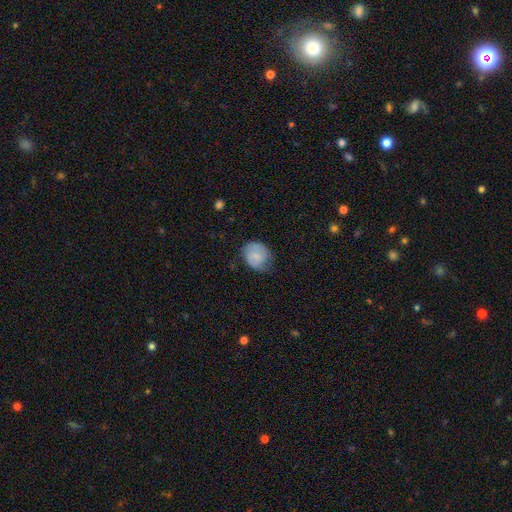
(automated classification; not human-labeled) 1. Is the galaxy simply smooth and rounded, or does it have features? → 70% smooth, 23% featured or disk, 7% star or artifact.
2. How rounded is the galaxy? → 69% round, 30% in between, 1% cigar-shaped.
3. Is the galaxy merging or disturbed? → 58% none, 32% minor disturbance, 9% major disturbance, 1% merger.